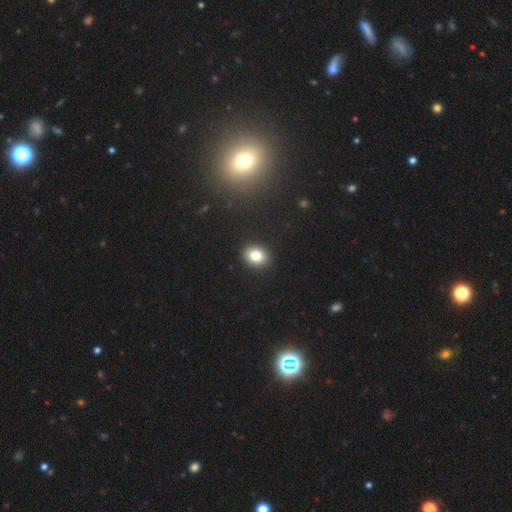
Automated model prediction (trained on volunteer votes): smooth_or_featured: smooth (p=0.82) [alt: star or artifact p=0.10]
how_rounded: round (p=0.55) [alt: in between p=0.44]
merging: none (p=0.91) [alt: minor disturbance p=0.06]